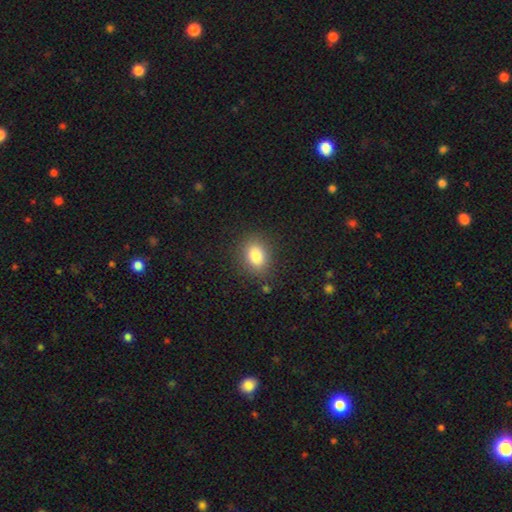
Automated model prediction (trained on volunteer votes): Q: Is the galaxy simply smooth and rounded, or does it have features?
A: smooth — 83%.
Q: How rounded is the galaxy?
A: in between — 63%.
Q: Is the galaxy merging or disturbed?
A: none — 85%.